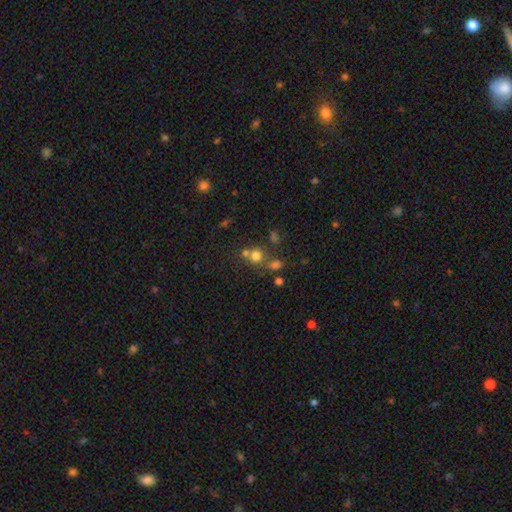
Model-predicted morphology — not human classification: smooth 68%, star or artifact 21%, featured or disk 11%. Down the decision tree: how rounded — round (88%); merging — none (56%).